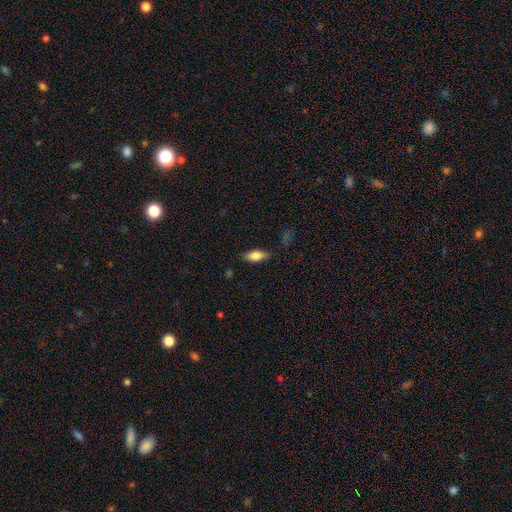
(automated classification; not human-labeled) Morphology: type=smooth (79%); roundness=in between (82%); merging=none (82%).